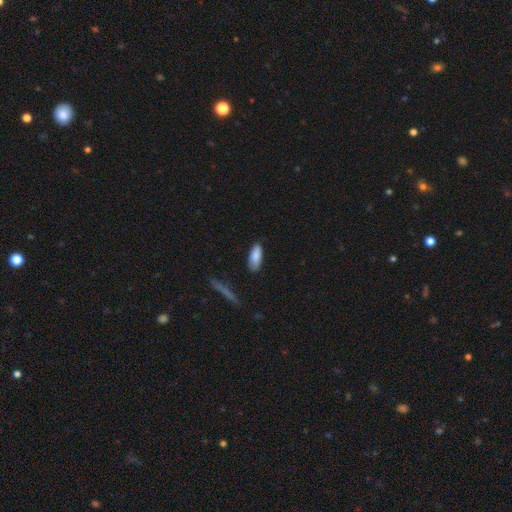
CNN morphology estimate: Smooth or featured?
  - smooth: 85% *
  - featured or disk: 9%
  - star or artifact: 6%
How rounded?
  - in between: 79% *
  - cigar-shaped: 19%
  - round: 2%
Merging?
  - none: 79% *
  - minor disturbance: 16%
  - major disturbance: 3%
  - merger: 2%